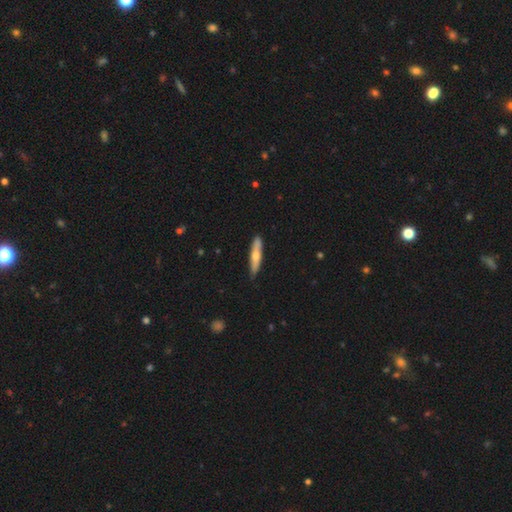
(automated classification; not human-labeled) Smooth or featured? smooth (51%)
How rounded? cigar-shaped (87%)
Merging? none (87%)